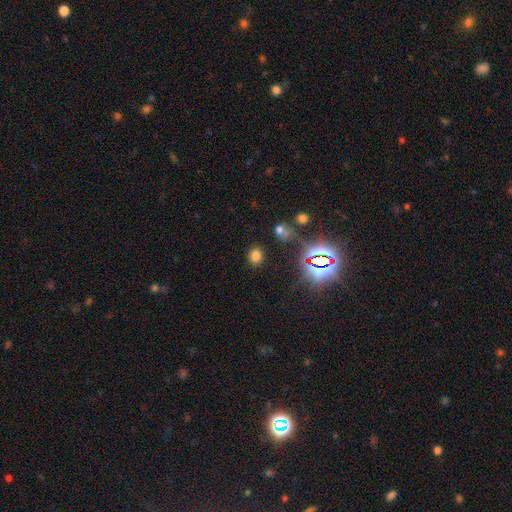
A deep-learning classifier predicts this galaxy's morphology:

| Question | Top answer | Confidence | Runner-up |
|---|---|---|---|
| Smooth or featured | smooth | 70% | star or artifact (24%) |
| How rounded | in between | 53% | round (46%) |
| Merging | none | 84% | minor disturbance (9%) |